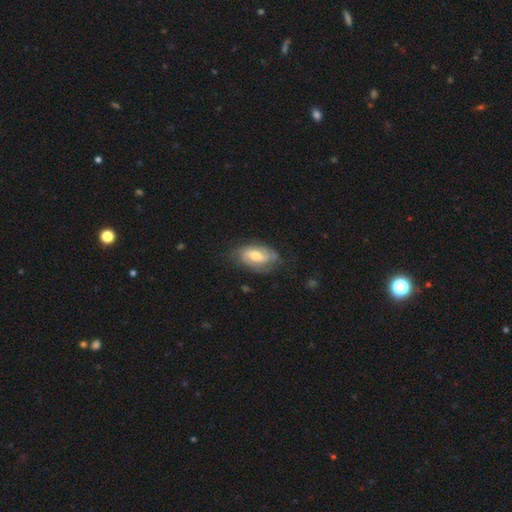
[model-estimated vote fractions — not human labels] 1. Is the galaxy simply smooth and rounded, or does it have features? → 67% featured or disk, 27% smooth, 7% star or artifact.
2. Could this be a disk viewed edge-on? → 94% no, 6% yes.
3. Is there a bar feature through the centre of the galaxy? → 47% weak, 35% no, 18% strong.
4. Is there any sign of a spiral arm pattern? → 88% yes, 12% no.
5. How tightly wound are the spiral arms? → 42% medium, 37% tight, 21% loose.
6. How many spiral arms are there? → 68% 2, 18% can't tell, 6% 3, 5% 1, 2% 4, 2% more than 4.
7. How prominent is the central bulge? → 63% moderate, 23% small, 10% large, 2% none, 1% dominant.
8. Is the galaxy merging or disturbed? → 70% none, 21% minor disturbance, 8% major disturbance, 1% merger.